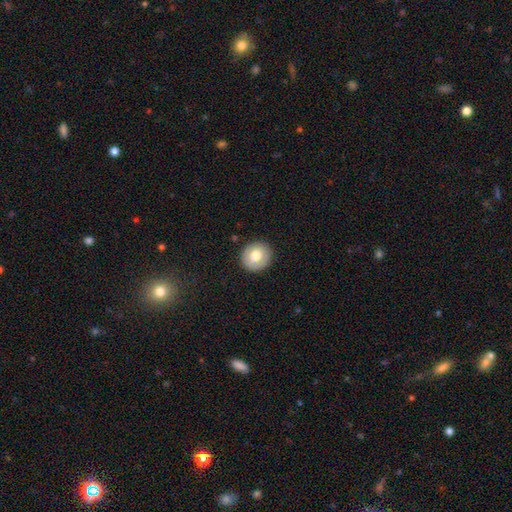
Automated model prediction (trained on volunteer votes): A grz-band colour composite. It shows a smooth galaxy with no disk features (72%) that is round (89%). Merging: none (90%).